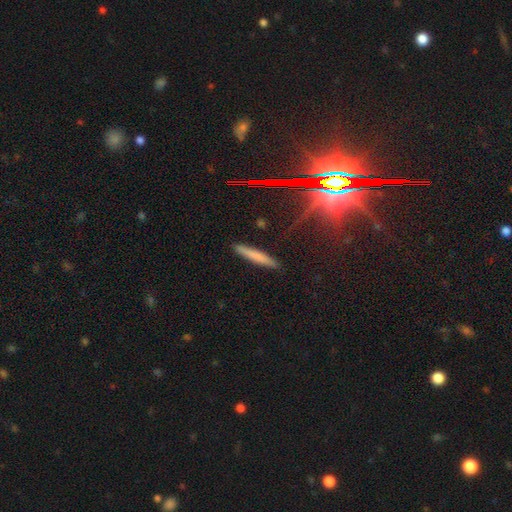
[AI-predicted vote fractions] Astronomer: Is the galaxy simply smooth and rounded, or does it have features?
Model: smooth — 71%.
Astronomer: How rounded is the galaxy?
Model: cigar-shaped — 92%.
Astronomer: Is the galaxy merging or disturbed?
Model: none — 89%.